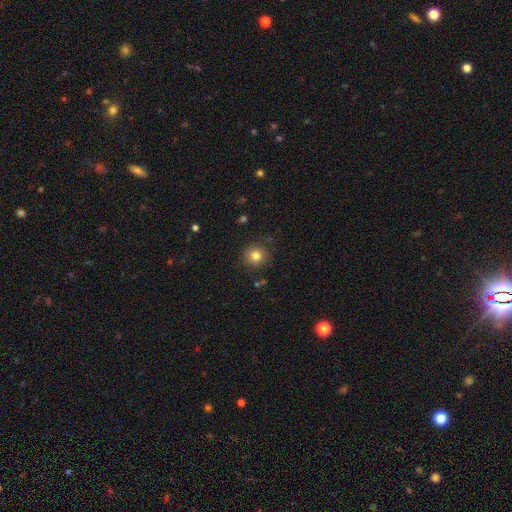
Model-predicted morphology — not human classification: type=smooth (81%); roundness=round (92%); merging=none (87%).